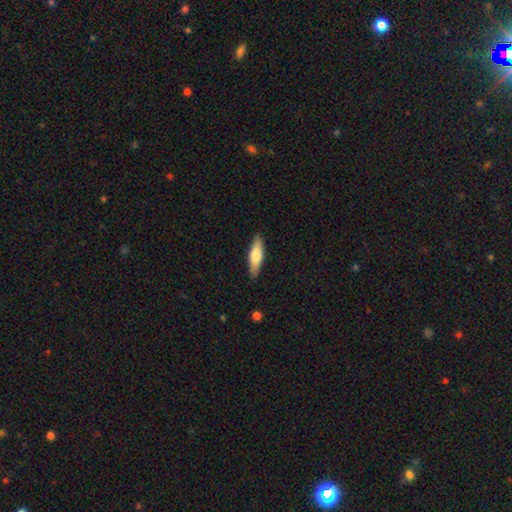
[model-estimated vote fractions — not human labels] Q: Smooth or featured?
A: smooth (65%); runner-up: featured or disk (29%)
Q: How rounded?
A: cigar-shaped (58%); runner-up: in between (40%)
Q: Merging?
A: none (88%); runner-up: minor disturbance (9%)